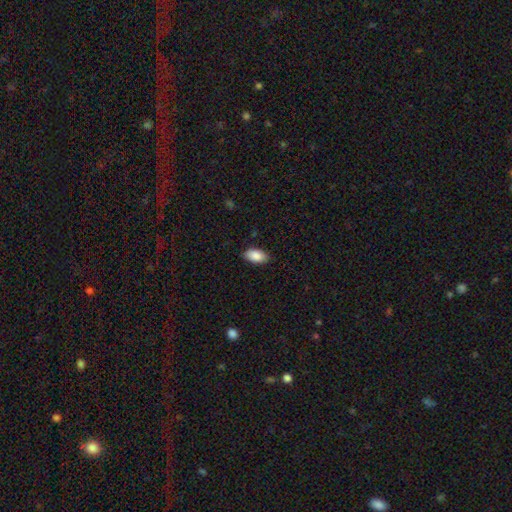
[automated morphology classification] This is clearly a smooth galaxy (89%). How rounded: clearly in between (94%). Merging: clearly none (87%).